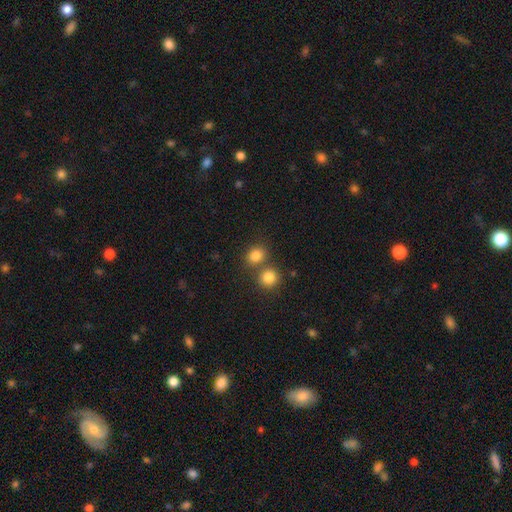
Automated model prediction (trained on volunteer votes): Smooth or featured? smooth (82%)
How rounded? round (67%)
Merging? none (59%)